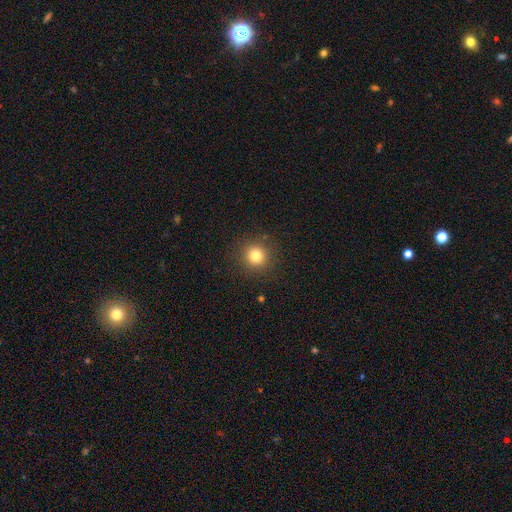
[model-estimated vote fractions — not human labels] smooth-or-featured: smooth: 80% | star or artifact: 13% | featured or disk: 7%
  how-rounded: round: 94% | in between: 5% | cigar-shaped: 1%
  merging: none: 90% | minor disturbance: 6% | major disturbance: 3% | merger: 1%